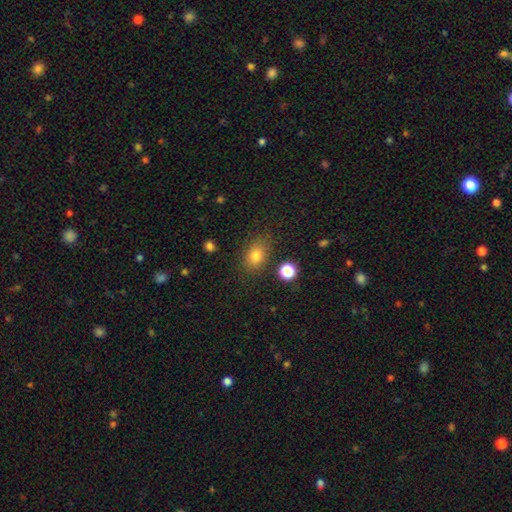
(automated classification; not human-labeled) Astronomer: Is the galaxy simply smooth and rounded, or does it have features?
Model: smooth — 81%.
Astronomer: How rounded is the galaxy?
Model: in between — 71%.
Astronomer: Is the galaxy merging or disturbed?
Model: none — 79%.